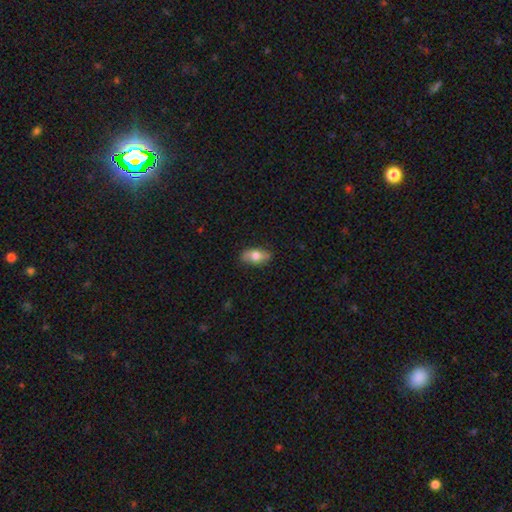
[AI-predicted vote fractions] The model was most divided on "smooth or featured": smooth: 68%, featured or disk: 25%, star or artifact: 7%. More confident: how rounded — in between (88%); merging — none (84%).